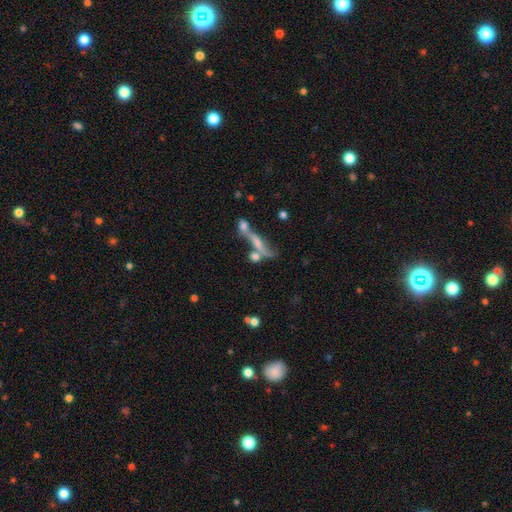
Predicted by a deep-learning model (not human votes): Morphology: type=smooth (46%); merging=merger (44%).